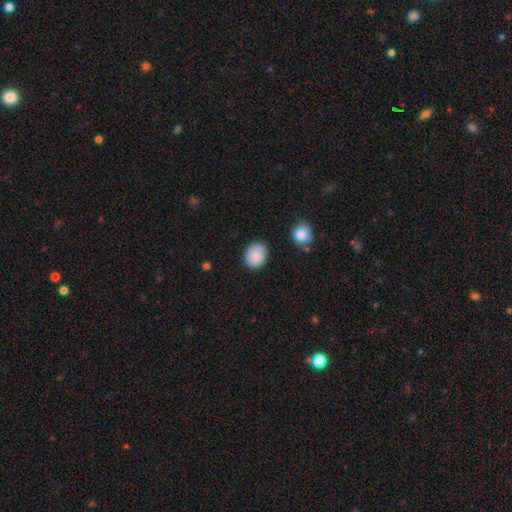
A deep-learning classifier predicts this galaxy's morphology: A smooth galaxy with no disk features (85%) that is round (63%). Merging: none (72%).